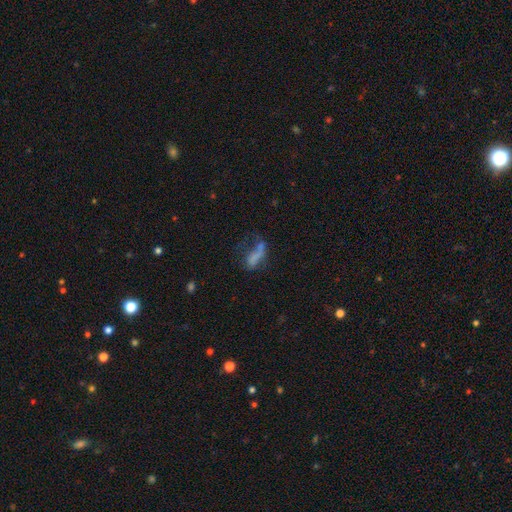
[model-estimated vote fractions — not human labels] Morphology: type=smooth (54%); roundness=in between (67%); merging=major disturbance (39%).